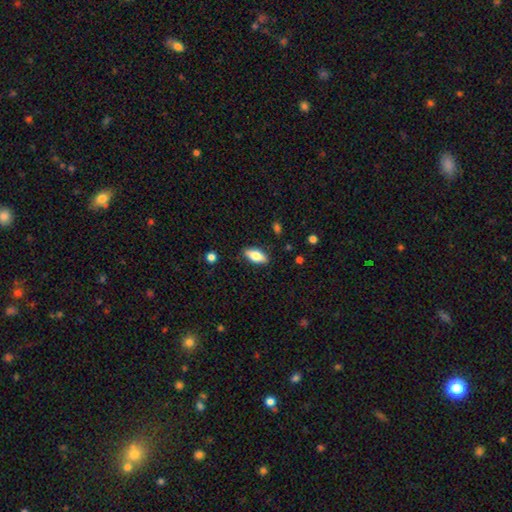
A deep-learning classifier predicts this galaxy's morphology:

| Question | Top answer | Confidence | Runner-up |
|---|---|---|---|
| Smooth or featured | smooth | 65% | featured or disk (28%) |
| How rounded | in between | 79% | cigar-shaped (18%) |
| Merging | none | 85% | minor disturbance (11%) |